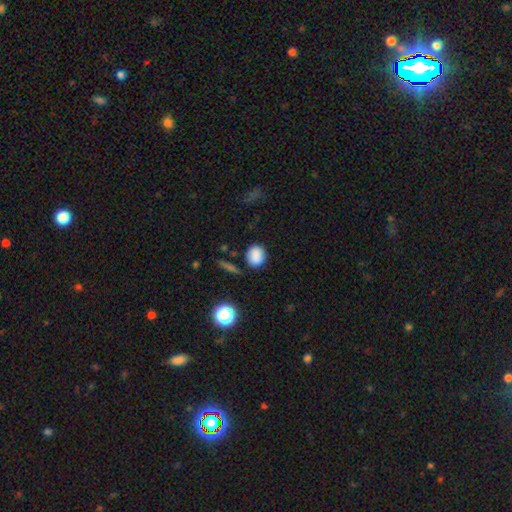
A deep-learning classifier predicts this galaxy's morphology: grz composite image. It shows a smooth galaxy with no disk features (84%) that is round (64%). Merging: none (78%).